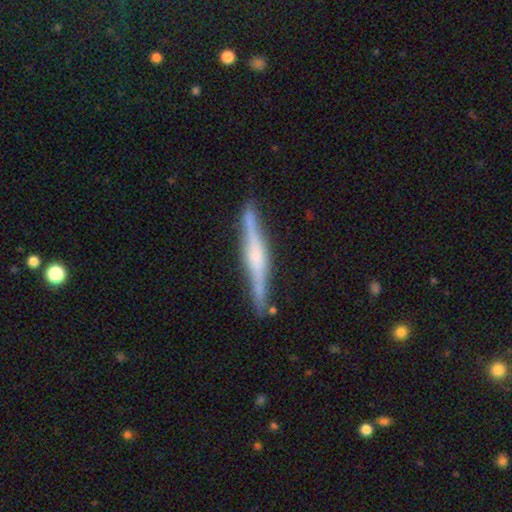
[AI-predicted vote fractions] Q: Smooth or featured?
A: featured or disk (74%); runner-up: smooth (20%)
Q: Edge-on disk?
A: yes (97%); runner-up: no (3%)
Q: Edge-on bulge?
A: rounded (51%); runner-up: boxy (35%)
Q: Merging?
A: none (85%); runner-up: minor disturbance (11%)